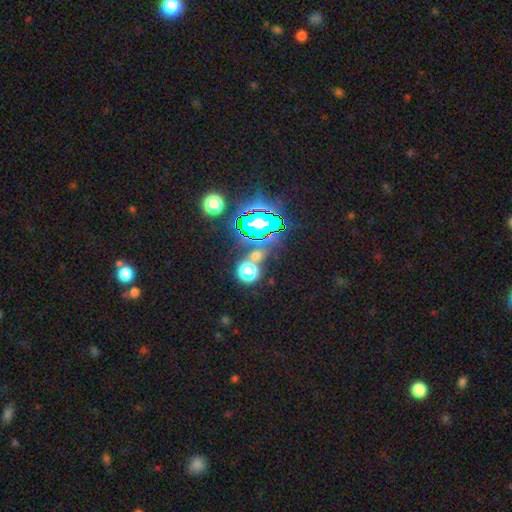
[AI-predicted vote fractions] Morphology: type=star or artifact (55%).